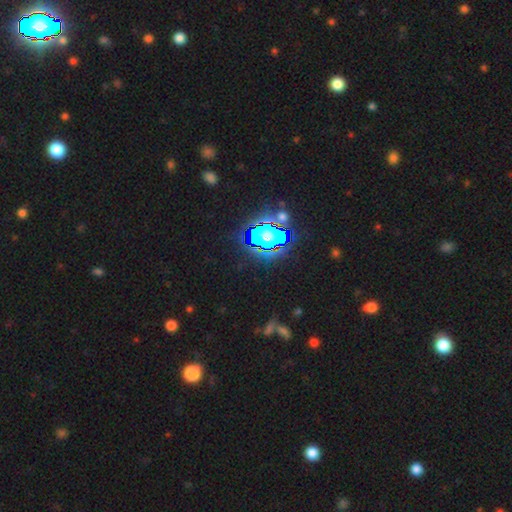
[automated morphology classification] Smooth or featured? Predicted: star or artifact (p=0.80).